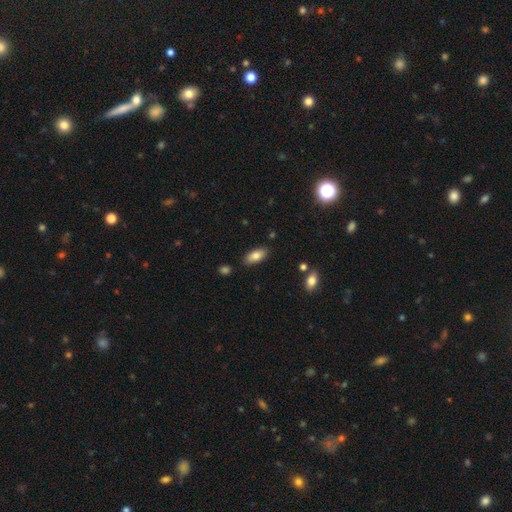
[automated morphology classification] A smooth galaxy with no disk features (81%) that is in between round and cigar-shaped (87%).

Vote fractions:
- Smooth or featured? smooth: 81% / featured or disk: 12% / star or artifact: 7%
- How rounded? in between: 87% / cigar-shaped: 11% / round: 2%
- Merging? none: 85% / minor disturbance: 11% / major disturbance: 2% / merger: 2%